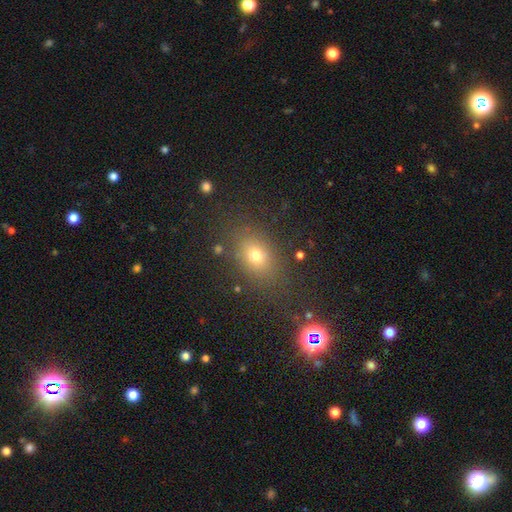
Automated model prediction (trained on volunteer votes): Smooth or featured? Predicted: smooth (p=0.66). How rounded? Predicted: in between (p=0.61). Merging? Predicted: none (p=0.82).